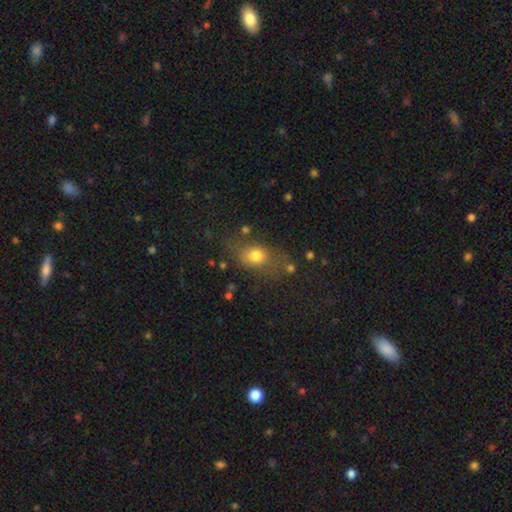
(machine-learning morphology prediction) Q: Smooth or featured?
A: smooth (74%); runner-up: star or artifact (14%)
Q: How rounded?
A: in between (56%); runner-up: round (40%)
Q: Merging?
A: none (64%); runner-up: minor disturbance (19%)